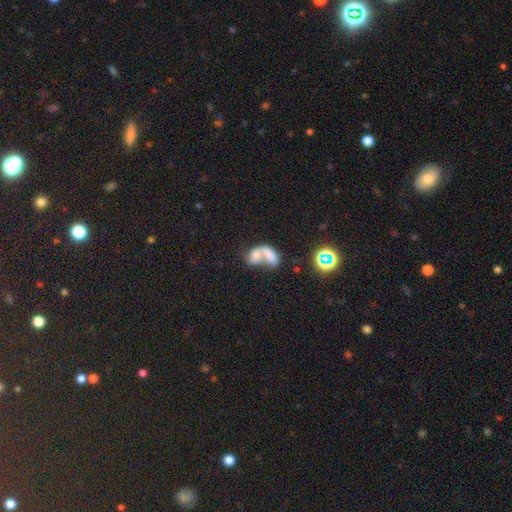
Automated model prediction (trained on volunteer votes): A smooth galaxy with no disk features (63%) that is in between round and cigar-shaped (81%). Merging: merger (75%).